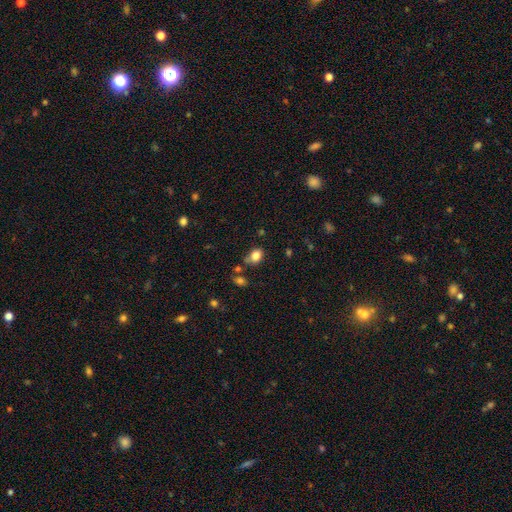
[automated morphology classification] Smooth or featured: smooth — 82% (star or artifact — 11%)
How rounded: in between — 66% (round — 32%)
Merging: none — 63% (minor disturbance — 19%)